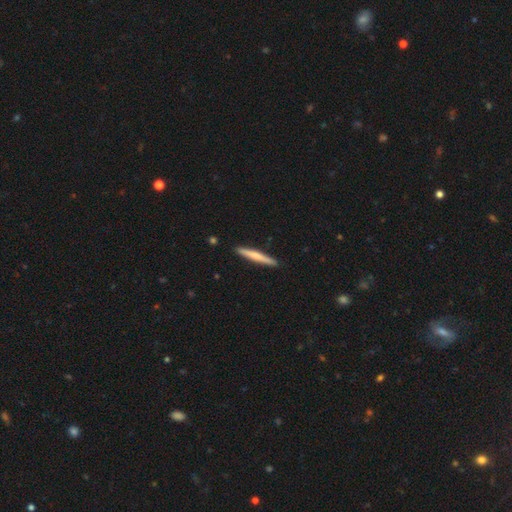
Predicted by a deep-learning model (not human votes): Smooth or featured?
  - smooth: 58% *
  - featured or disk: 36%
  - star or artifact: 5%
How rounded?
  - cigar-shaped: 96% *
  - in between: 3%
  - round: 1%
Merging?
  - none: 91% *
  - minor disturbance: 6%
  - major disturbance: 1%
  - merger: 1%